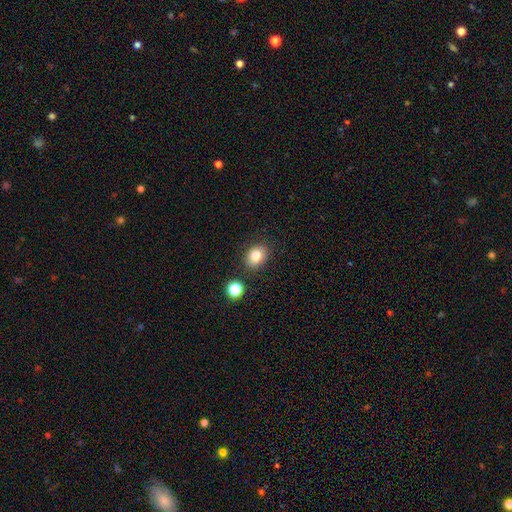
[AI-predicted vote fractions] Smooth or featured?
  - smooth: 82% *
  - star or artifact: 11%
  - featured or disk: 7%
How rounded?
  - in between: 53% *
  - round: 46%
  - cigar-shaped: 1%
Merging?
  - none: 82% *
  - minor disturbance: 11%
  - merger: 5%
  - major disturbance: 3%